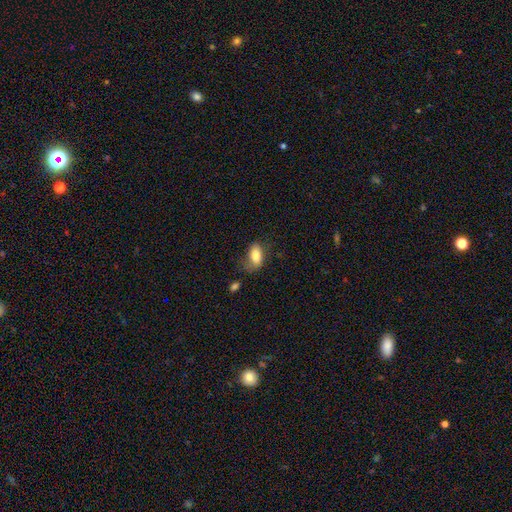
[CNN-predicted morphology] smooth-or-featured: smooth: 82% | featured or disk: 10% | star or artifact: 7%
  how-rounded: in between: 90% | round: 6% | cigar-shaped: 3%
  merging: none: 53% | minor disturbance: 29% | major disturbance: 15% | merger: 4%